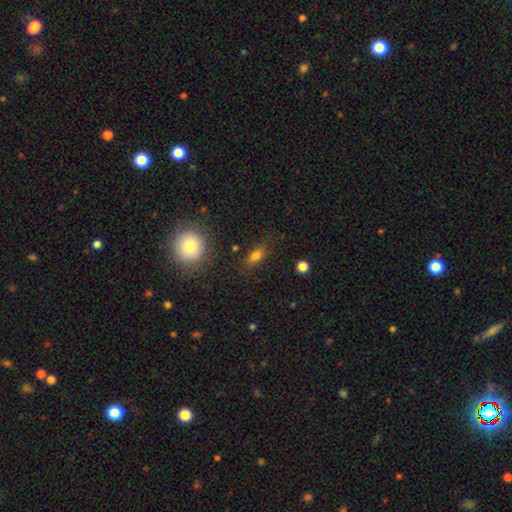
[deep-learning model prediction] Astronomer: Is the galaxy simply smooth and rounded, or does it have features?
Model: smooth — 74%.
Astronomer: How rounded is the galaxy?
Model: in between — 72%.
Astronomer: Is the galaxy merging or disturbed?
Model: none — 76%.